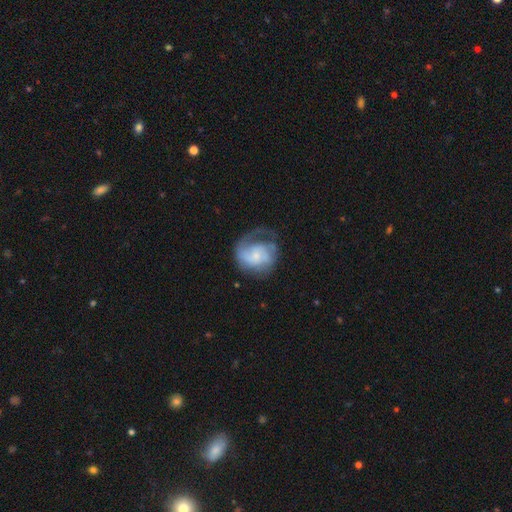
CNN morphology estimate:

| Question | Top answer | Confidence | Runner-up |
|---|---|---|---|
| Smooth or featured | featured or disk | 69% | smooth (25%) |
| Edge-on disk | no | 98% | yes (2%) |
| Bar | no | 68% | weak (27%) |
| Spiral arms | yes | 86% | no (14%) |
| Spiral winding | medium | 41% | tight (32%) |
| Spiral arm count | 2 | 36% | 1 (35%) |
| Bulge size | small | 57% | moderate (24%) |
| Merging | none | 45% | major disturbance (32%) |